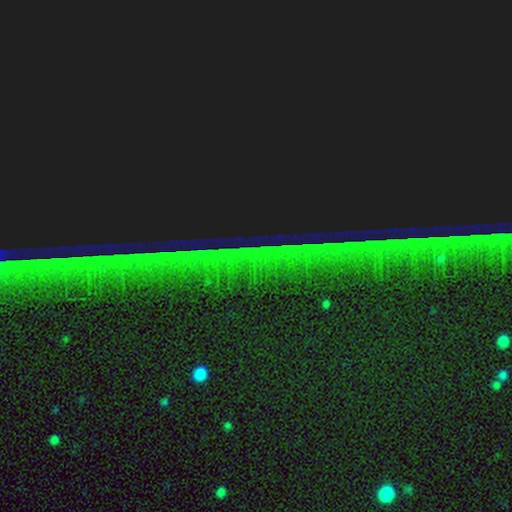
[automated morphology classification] Smooth or featured? star or artifact (88%)